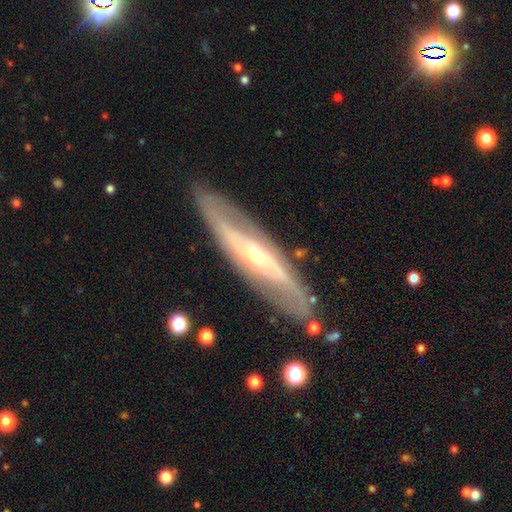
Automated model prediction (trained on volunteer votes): Smooth or featured?
  - featured or disk: 79% *
  - smooth: 15%
  - star or artifact: 6%
Edge-on disk?
  - no: 64% *
  - yes: 36%
Bar?
  - no: 54% *
  - weak: 27%
  - strong: 19%
Spiral arms?
  - yes: 75% *
  - no: 25%
Bulge size?
  - small: 65% *
  - moderate: 31%
  - large: 2%
  - none: 1%
  - dominant: 1%
Merging?
  - none: 83% *
  - minor disturbance: 11%
  - major disturbance: 4%
  - merger: 2%